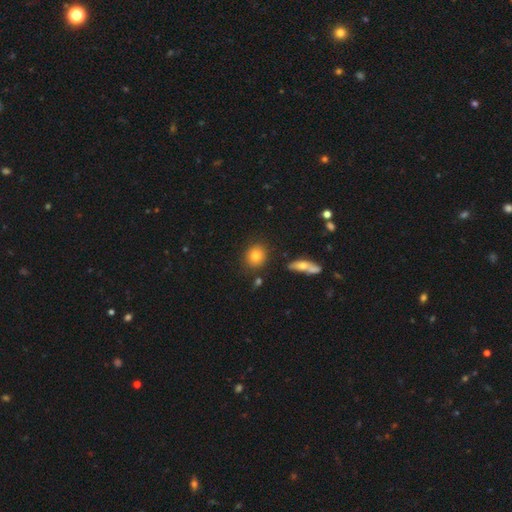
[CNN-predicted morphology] This is clearly a smooth galaxy (81%). How rounded: likely round (72%). Merging: clearly none (82%).